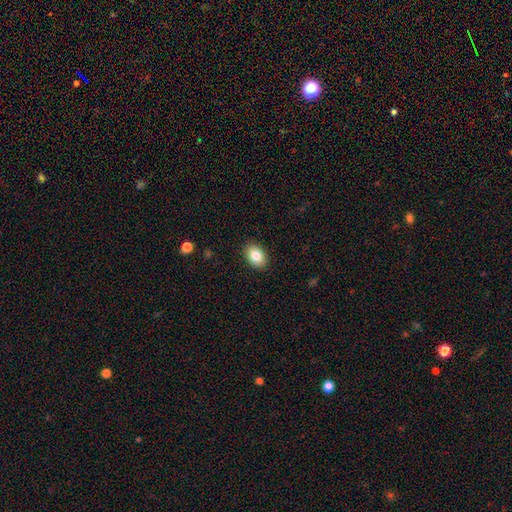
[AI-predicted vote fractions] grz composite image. It shows a smooth galaxy with no disk features (84%) that is in between round and cigar-shaped (81%). Merging: none (90%).